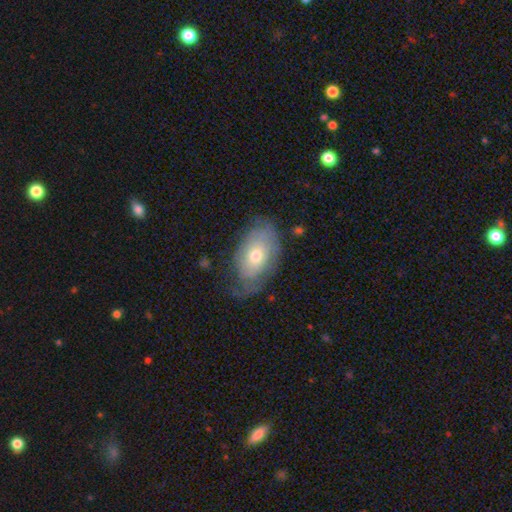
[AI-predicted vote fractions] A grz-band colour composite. It shows a smooth galaxy with no disk features (53%) that is in between round and cigar-shaped (90%). Merging: none (53%).